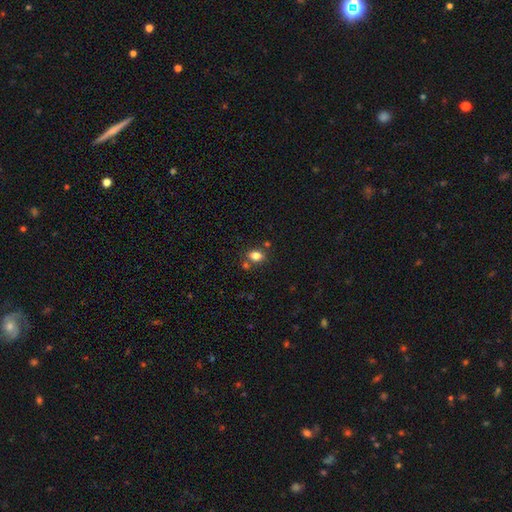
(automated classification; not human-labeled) This is clearly a smooth galaxy (82%). How rounded: likely in between (68%). Merging: likely none (72%).